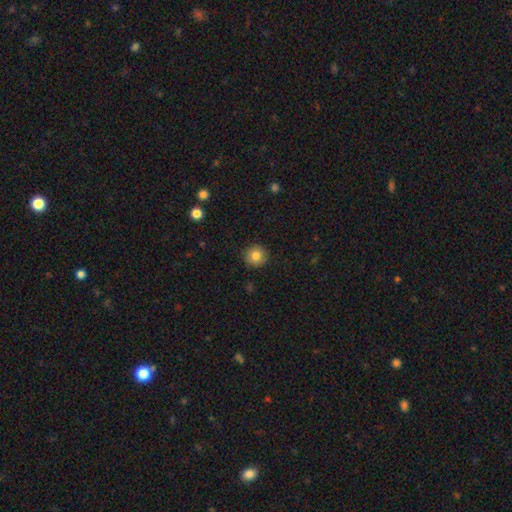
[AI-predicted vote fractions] smooth-or-featured: smooth: 82% | star or artifact: 10% | featured or disk: 7%
  how-rounded: round: 94% | in between: 5% | cigar-shaped: 1%
  merging: none: 92% | minor disturbance: 6% | major disturbance: 2% | merger: 1%